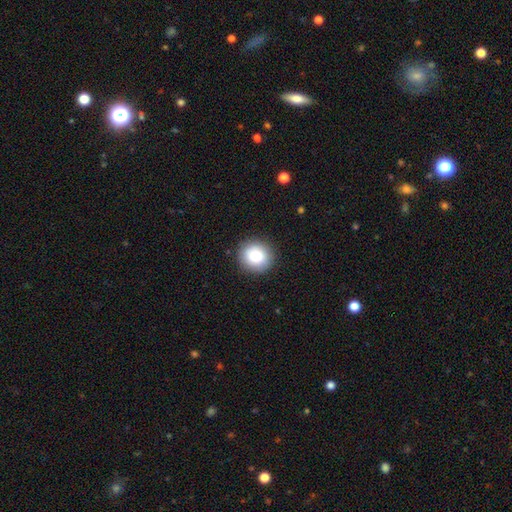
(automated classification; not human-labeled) Q: Smooth or featured?
A: smooth (80%); runner-up: featured or disk (10%)
Q: How rounded?
A: round (89%); runner-up: in between (10%)
Q: Merging?
A: none (90%); runner-up: minor disturbance (7%)